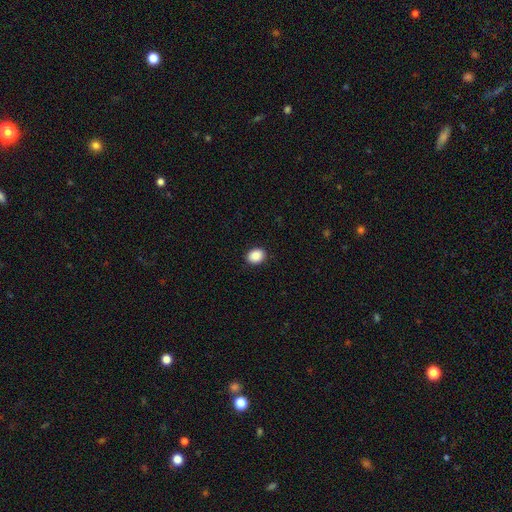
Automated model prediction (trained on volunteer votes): This appears to be a smooth galaxy with no disk features (89%) that is round (52%). Merging: none (90%).